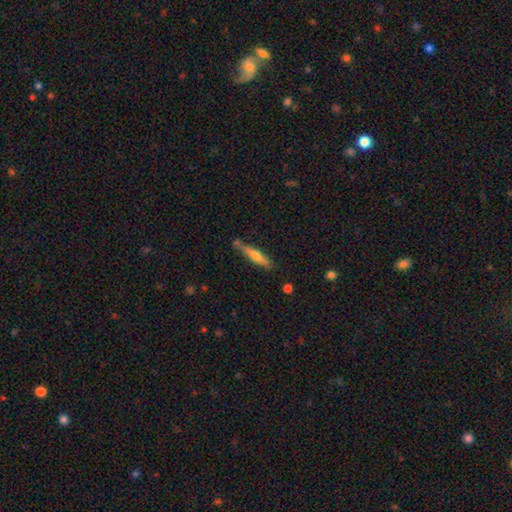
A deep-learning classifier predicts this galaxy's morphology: smooth_or_featured: smooth (p=0.52) [alt: featured or disk p=0.42]
how_rounded: cigar-shaped (p=0.87) [alt: in between p=0.11]
merging: none (p=0.74) [alt: minor disturbance p=0.16]